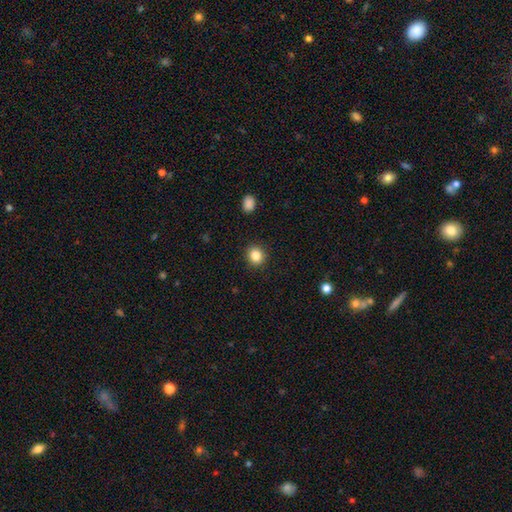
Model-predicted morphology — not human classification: smooth-or-featured: smooth: 85% | star or artifact: 10% | featured or disk: 5%
  how-rounded: round: 83% | in between: 16% | cigar-shaped: 1%
  merging: none: 91% | minor disturbance: 6% | major disturbance: 2% | merger: 1%